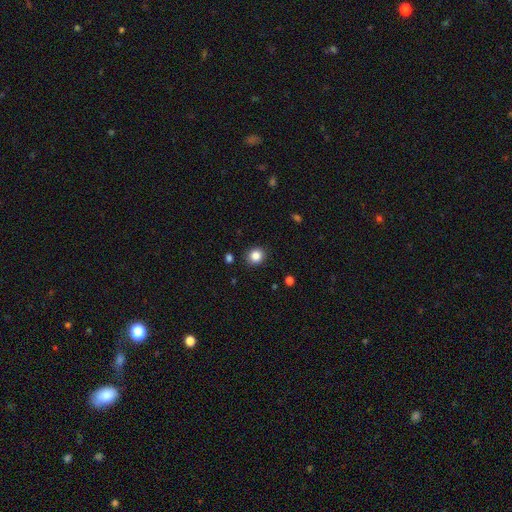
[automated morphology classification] Overall: smooth (85%). How rounded: round (79%). Merging: none (88%).